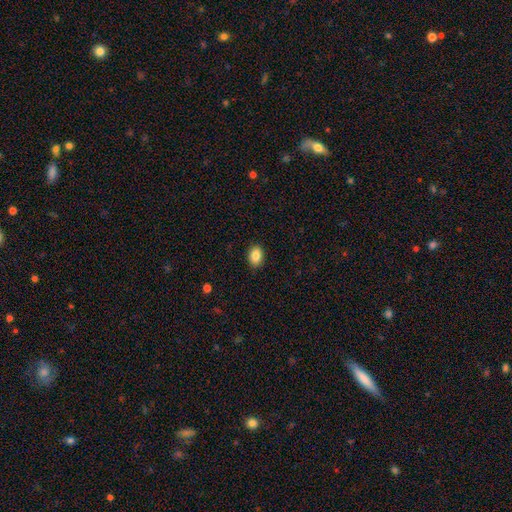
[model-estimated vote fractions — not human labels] Smooth or featured? smooth (86%)
How rounded? in between (76%)
Merging? none (88%)